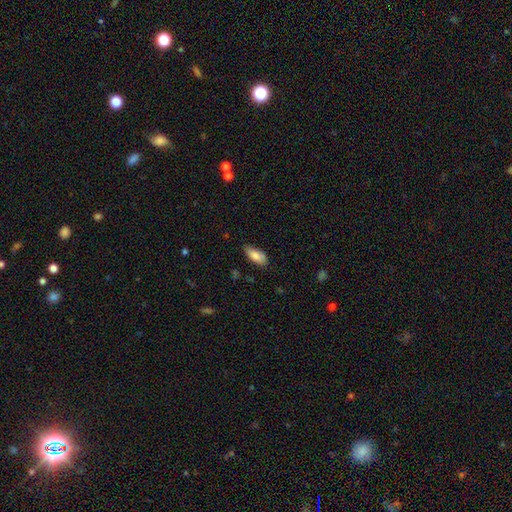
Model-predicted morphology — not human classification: Smooth or featured?
  - smooth: 82% *
  - featured or disk: 11%
  - star or artifact: 7%
How rounded?
  - in between: 87% *
  - cigar-shaped: 11%
  - round: 2%
Merging?
  - none: 76% *
  - minor disturbance: 20%
  - major disturbance: 3%
  - merger: 1%